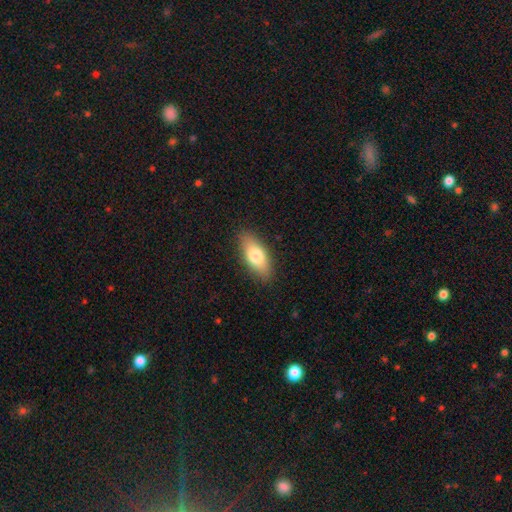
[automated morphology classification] smooth 75%, featured or disk 19%, star or artifact 6%. Down the decision tree: how rounded — in between (79%); merging — none (87%).